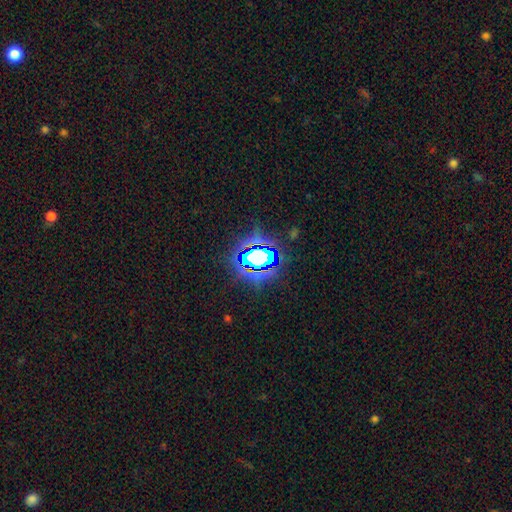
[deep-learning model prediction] Smooth or featured?
  - star or artifact: 66% *
  - smooth: 19%
  - featured or disk: 15%